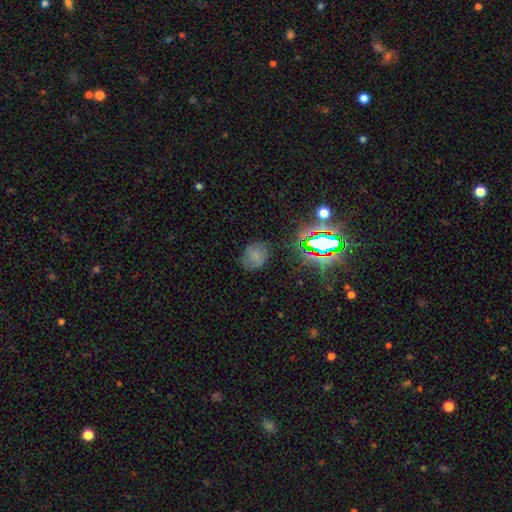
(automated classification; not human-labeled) This is likely a smooth galaxy (62%). How rounded: likely round (69%). Merging: likely none (75%).